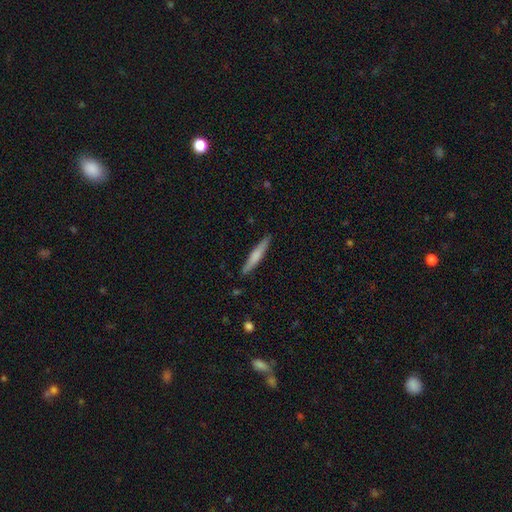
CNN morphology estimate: This is possibly a smooth galaxy (59%). How rounded: clearly cigar-shaped (94%). Merging: clearly none (89%).